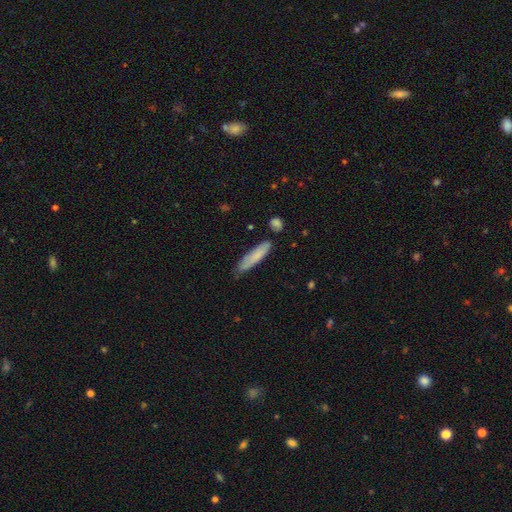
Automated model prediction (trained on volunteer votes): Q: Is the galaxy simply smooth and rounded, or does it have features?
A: smooth — 78%.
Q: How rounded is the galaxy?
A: cigar-shaped — 85%.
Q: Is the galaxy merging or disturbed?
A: none — 77%.